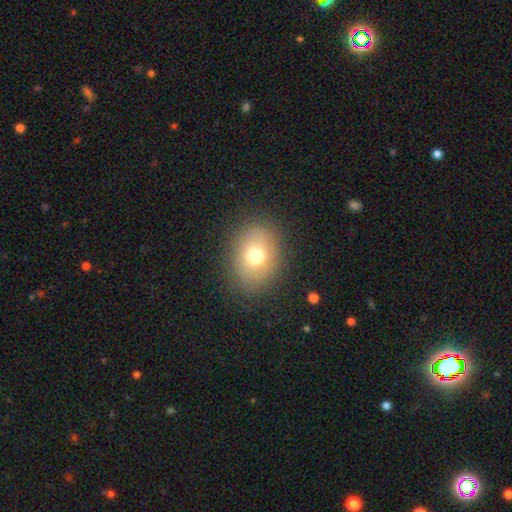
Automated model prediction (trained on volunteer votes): This appears to be a smooth galaxy with no disk features (71%) that is in between round and cigar-shaped (58%). Merging: none (84%).